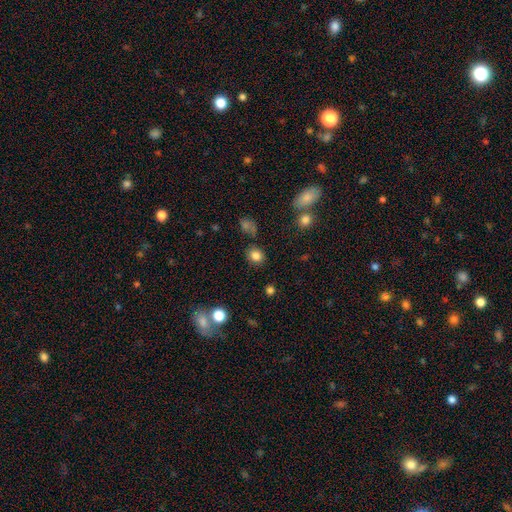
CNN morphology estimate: The model was most divided on "how rounded": round: 68%, in between: 31%, cigar-shaped: 1%. More confident: smooth or featured — smooth (83%); merging — none (81%).